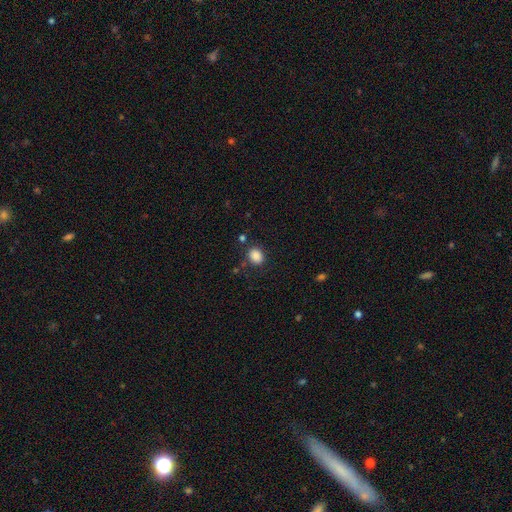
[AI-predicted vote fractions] This is clearly a smooth galaxy (87%). How rounded: possibly round (53%). Merging: likely none (80%).